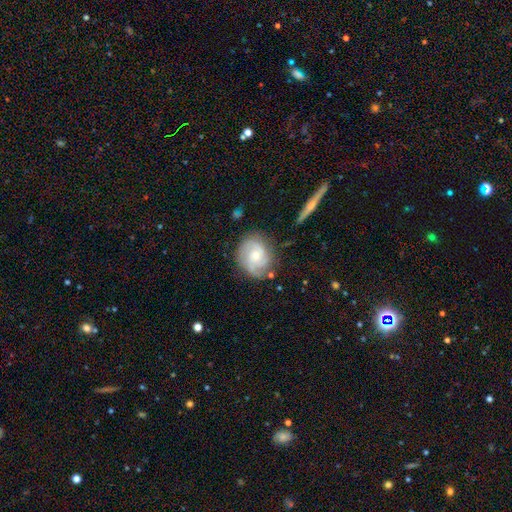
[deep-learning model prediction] This is likely a featured or disk galaxy (78%). It is clearly not viewed edge-on (98%). Bar: likely no (68%). Spiral arm pattern: clearly yes (95%). Spiral arm count: marginally 2 (37%). Spiral winding: possibly tight (46%). Central bulge: possibly small (60%). Merging: likely none (73%).